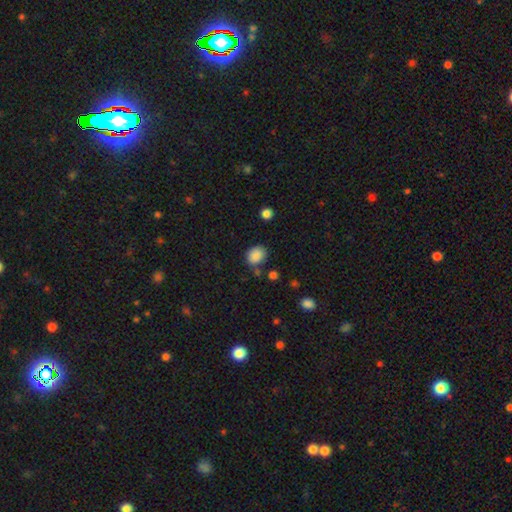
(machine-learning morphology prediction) Smooth or featured? smooth (87%)
How rounded? round (50%)
Merging? none (72%)